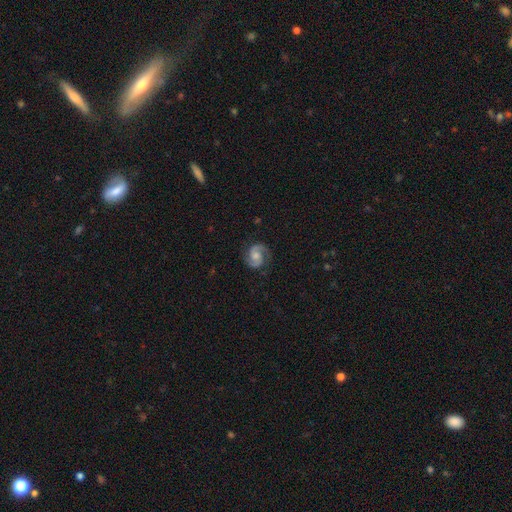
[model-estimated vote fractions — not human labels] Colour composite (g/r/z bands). It shows a featured or disk galaxy (88%) with no bar (58%), 2 (93%) medium (55%) spiral arms (98%) and a moderate central bulge (49%). Merging: none (82%).